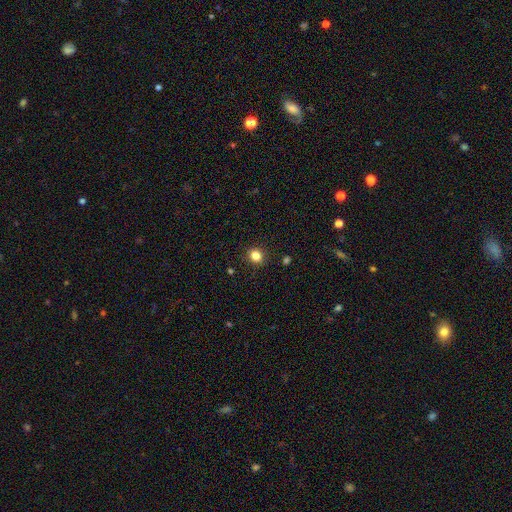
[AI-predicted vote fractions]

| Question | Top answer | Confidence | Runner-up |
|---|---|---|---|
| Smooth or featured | smooth | 83% | star or artifact (12%) |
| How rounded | round | 71% | in between (28%) |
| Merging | none | 90% | minor disturbance (7%) |